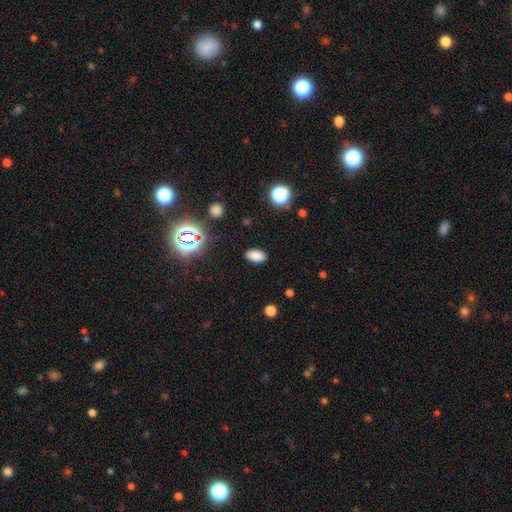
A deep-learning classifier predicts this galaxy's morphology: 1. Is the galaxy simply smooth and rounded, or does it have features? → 79% smooth, 15% star or artifact, 6% featured or disk.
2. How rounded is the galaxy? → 92% in between, 5% round, 2% cigar-shaped.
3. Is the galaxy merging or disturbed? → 88% none, 9% minor disturbance, 3% major disturbance, 1% merger.